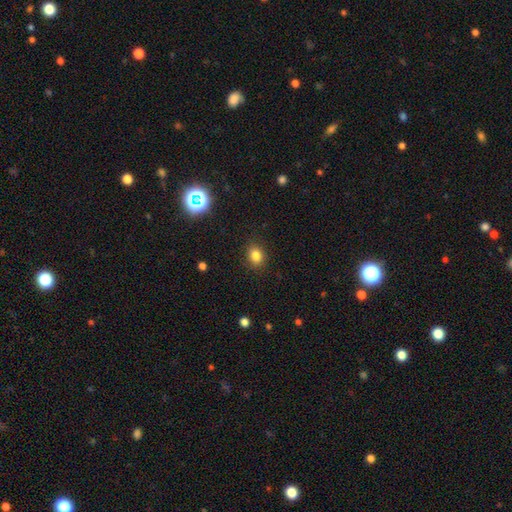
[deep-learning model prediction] Morphology: type=smooth (82%); roundness=round (55%); merging=none (88%).